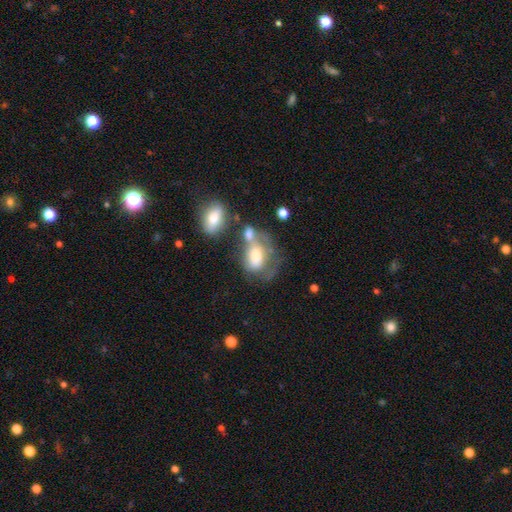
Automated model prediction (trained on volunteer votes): A smooth galaxy with no disk features (55%) that is in between round and cigar-shaped (79%). Merging: merger (36%).